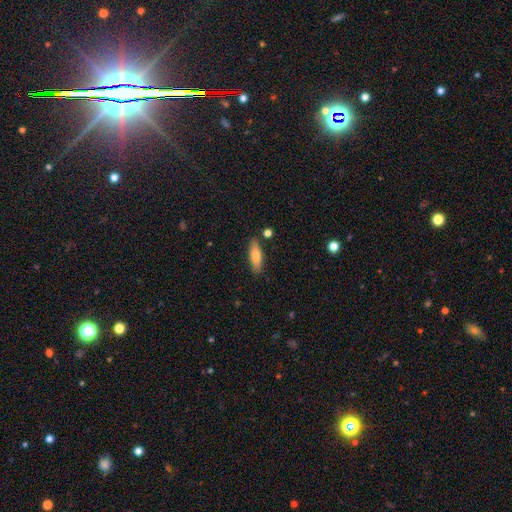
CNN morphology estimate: smooth_or_featured: smooth (p=0.77) [alt: featured or disk p=0.16]
how_rounded: in between (p=0.53) [alt: cigar-shaped p=0.45]
merging: none (p=0.83) [alt: minor disturbance p=0.11]